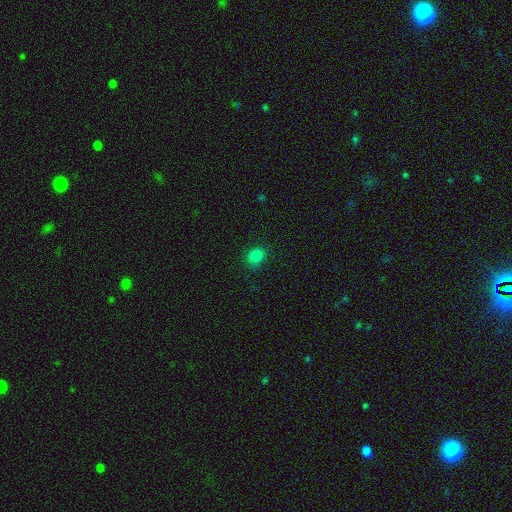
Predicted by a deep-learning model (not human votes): smooth_or_featured: smooth (p=0.82) [alt: star or artifact p=0.14]
how_rounded: round (p=0.67) [alt: in between p=0.32]
merging: none (p=0.81) [alt: minor disturbance p=0.14]